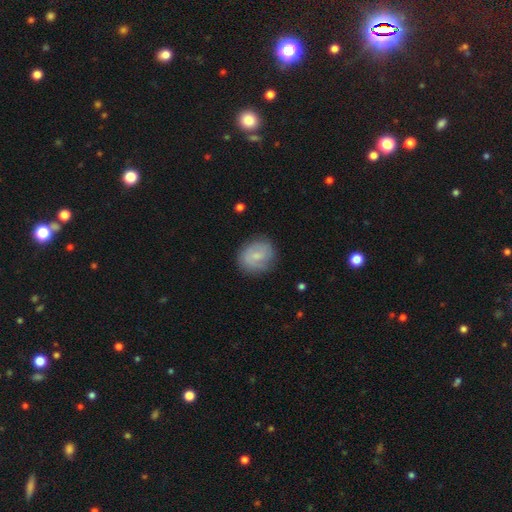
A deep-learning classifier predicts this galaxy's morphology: smooth 59%, featured or disk 34%, star or artifact 7%. Down the decision tree: how rounded — round (68%); merging — none (79%).